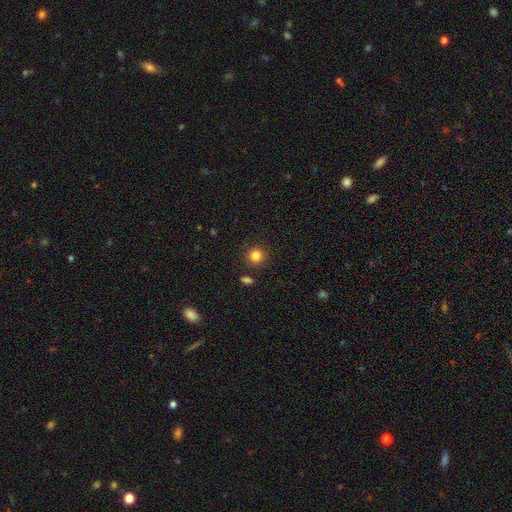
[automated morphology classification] Smooth or featured? Predicted: smooth (p=0.84). How rounded? Predicted: round (p=0.93). Merging? Predicted: none (p=0.89).